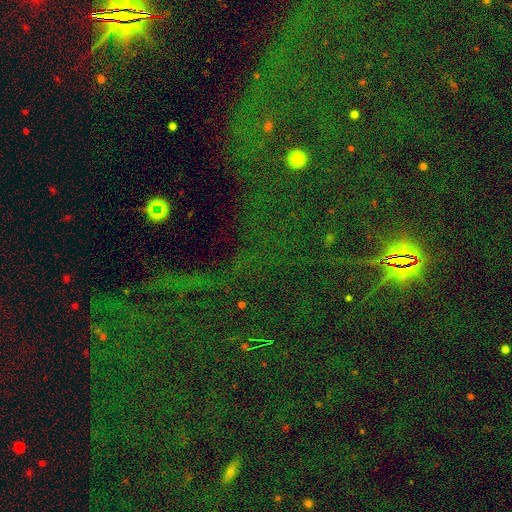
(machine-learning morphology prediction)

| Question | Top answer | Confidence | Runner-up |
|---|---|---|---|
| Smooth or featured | star or artifact | 82% | smooth (10%) |